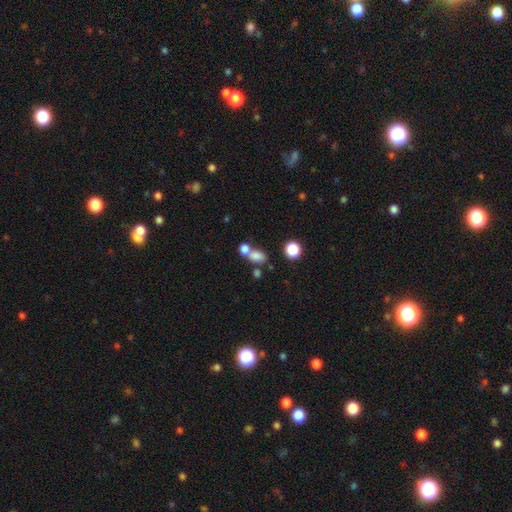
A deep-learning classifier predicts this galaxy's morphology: This appears to be a smooth galaxy with no disk features (78%) that is in between round and cigar-shaped (68%). Merging: merger (49%).